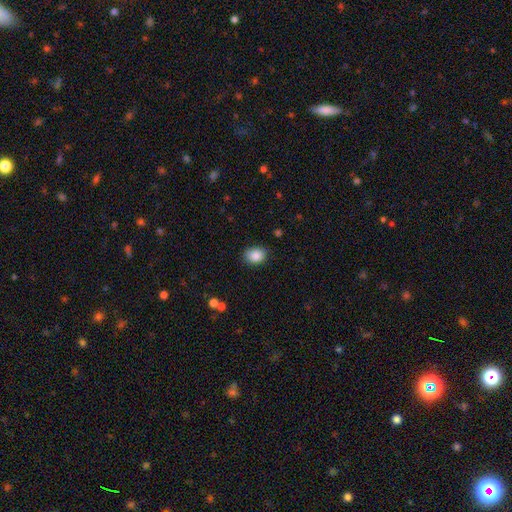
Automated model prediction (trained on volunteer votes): smooth-or-featured: smooth: 88% | star or artifact: 8% | featured or disk: 4%
  how-rounded: in between: 54% | round: 45% | cigar-shaped: 1%
  merging: none: 82% | minor disturbance: 14% | major disturbance: 3% | merger: 1%